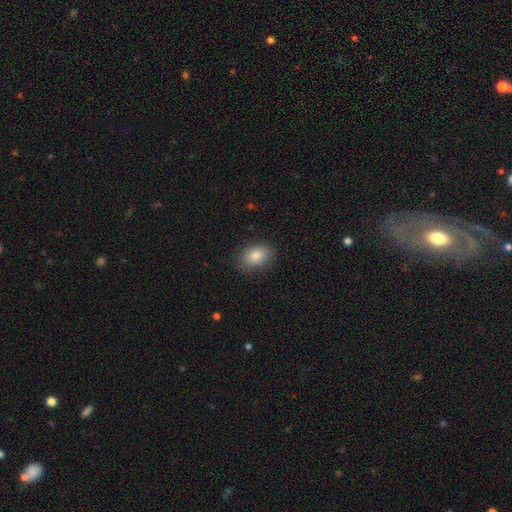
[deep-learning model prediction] smooth-or-featured: smooth: 83% | star or artifact: 9% | featured or disk: 8%
  how-rounded: in between: 70% | round: 29% | cigar-shaped: 1%
  merging: none: 84% | minor disturbance: 12% | major disturbance: 3% | merger: 1%